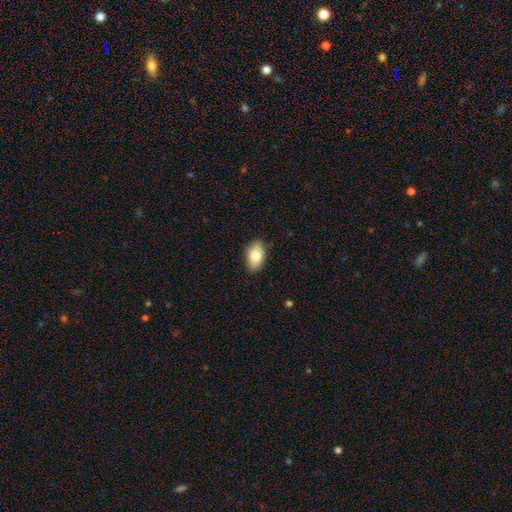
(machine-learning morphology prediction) This is likely a smooth galaxy (78%). How rounded: clearly in between (91%). Merging: clearly none (87%).